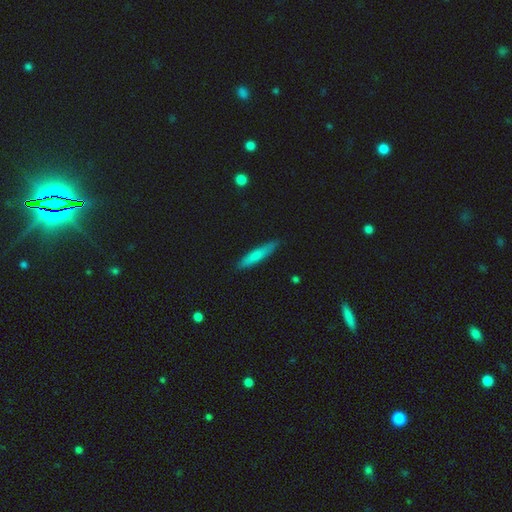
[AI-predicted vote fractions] Smooth or featured? smooth (74%)
How rounded? cigar-shaped (88%)
Merging? none (87%)